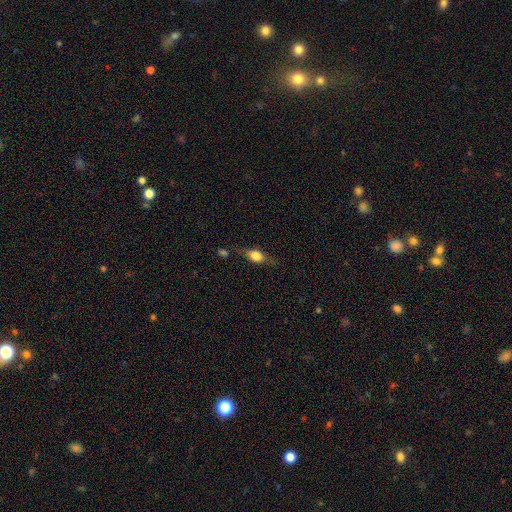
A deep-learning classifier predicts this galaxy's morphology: This appears to be a smooth galaxy with no disk features (56%) that is in between round and cigar-shaped (68%). Merging: none (64%).